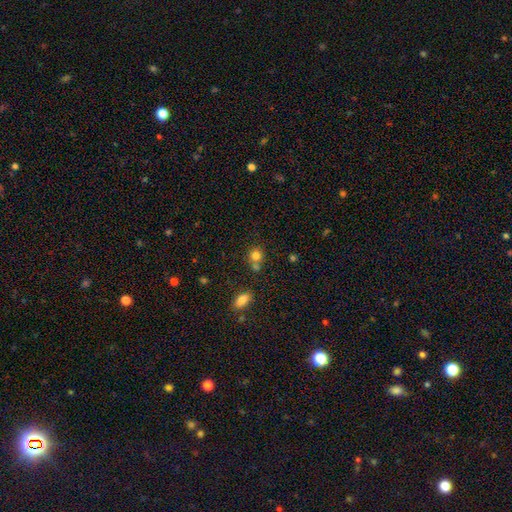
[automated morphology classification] A smooth galaxy with no disk features (79%) that is round (83%).

Vote fractions:
- Smooth or featured? smooth: 79% / star or artifact: 13% / featured or disk: 8%
- How rounded? round: 83% / in between: 16% / cigar-shaped: 1%
- Merging? none: 54% / merger: 33% / minor disturbance: 10% / major disturbance: 3%